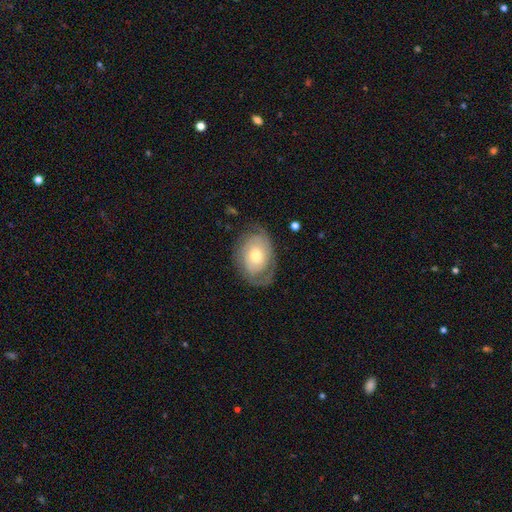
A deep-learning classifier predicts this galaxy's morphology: Smooth or featured: featured or disk — 65% (smooth — 29%)
Edge-on disk: no — 95% (yes — 5%)
Bar: no — 80% (weak — 17%)
Spiral arms: yes — 77% (no — 23%)
Bulge size: moderate — 66% (small — 24%)
Merging: none — 68% (minor disturbance — 20%)